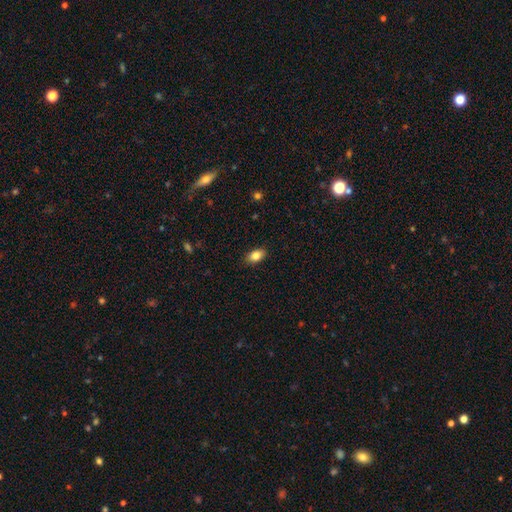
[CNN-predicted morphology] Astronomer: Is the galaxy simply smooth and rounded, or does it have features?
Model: smooth — 85%.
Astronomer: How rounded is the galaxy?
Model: in between — 88%.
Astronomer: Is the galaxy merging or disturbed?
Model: none — 88%.